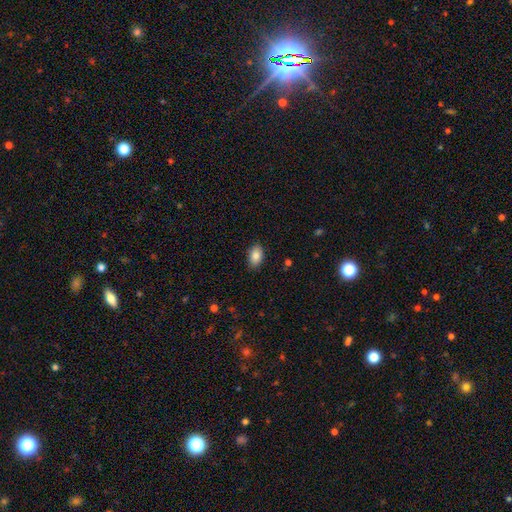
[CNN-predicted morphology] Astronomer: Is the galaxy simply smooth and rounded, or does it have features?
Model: smooth — 87%.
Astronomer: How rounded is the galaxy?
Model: in between — 91%.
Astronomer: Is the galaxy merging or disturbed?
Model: none — 86%.